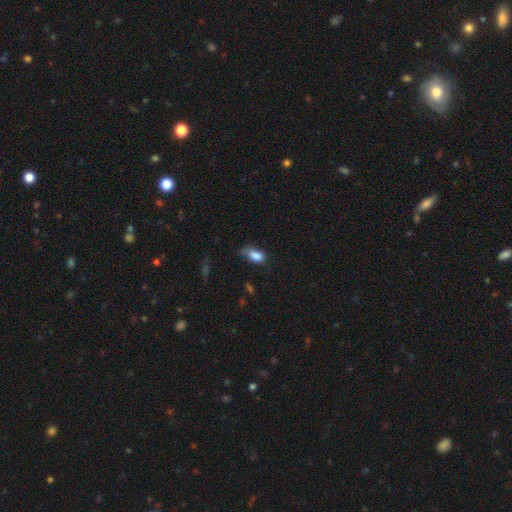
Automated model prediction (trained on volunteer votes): smooth 84%, star or artifact 8%, featured or disk 7%. Down the decision tree: how rounded — in between (89%); merging — none (46%).